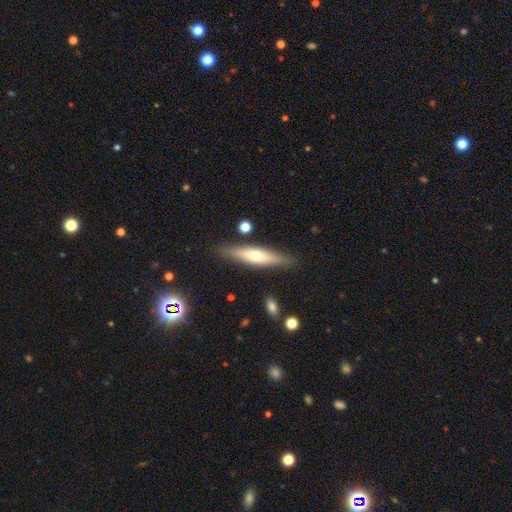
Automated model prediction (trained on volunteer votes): A featured or disk galaxy (48%).

Vote fractions:
- Smooth or featured? featured or disk: 48% / smooth: 46% / star or artifact: 7%
- Merging? none: 86% / minor disturbance: 10% / merger: 2% / major disturbance: 2%